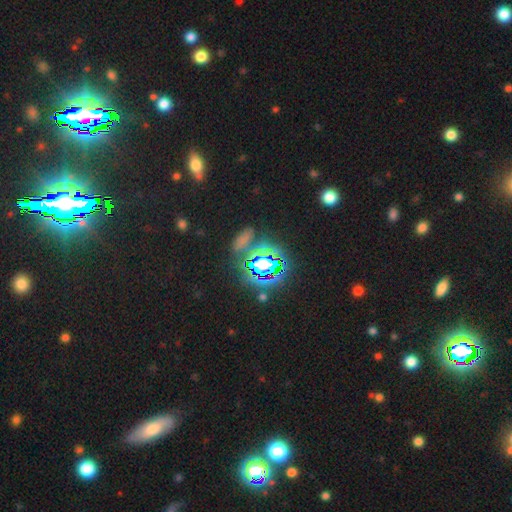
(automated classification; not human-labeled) star or artifact 80%, smooth 11%, featured or disk 8%.